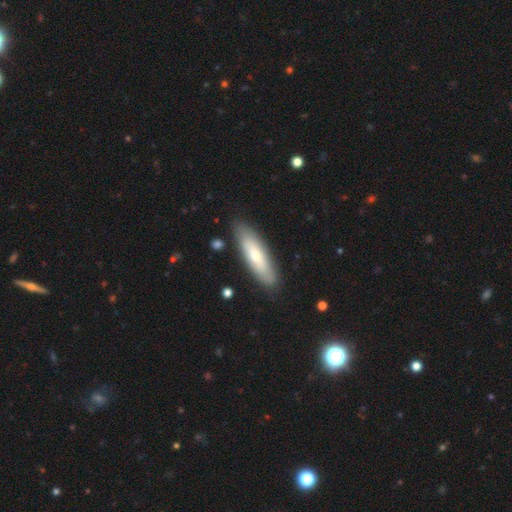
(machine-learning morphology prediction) smooth 61%, featured or disk 34%, star or artifact 5%. Down the decision tree: how rounded — cigar-shaped (58%); merging — none (86%).